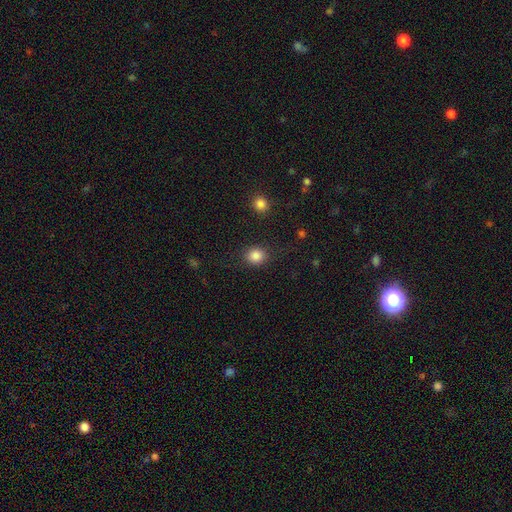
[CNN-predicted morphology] The model was most divided on "how rounded": round: 77%, in between: 22%, cigar-shaped: 1%. More confident: smooth or featured — smooth (86%); merging — none (84%).